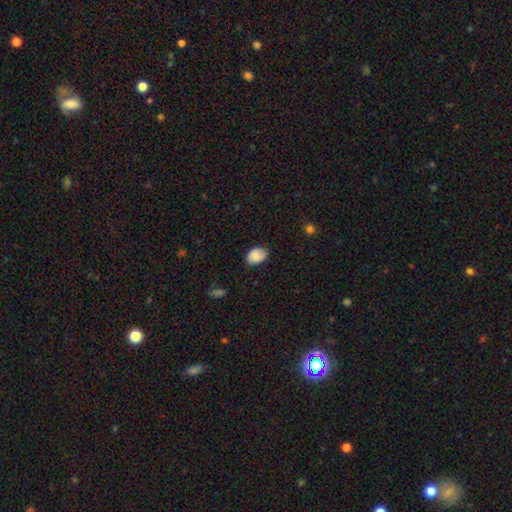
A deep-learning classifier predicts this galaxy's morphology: smooth 79%, featured or disk 13%, star or artifact 8%. Down the decision tree: how rounded — in between (81%); merging — none (74%).